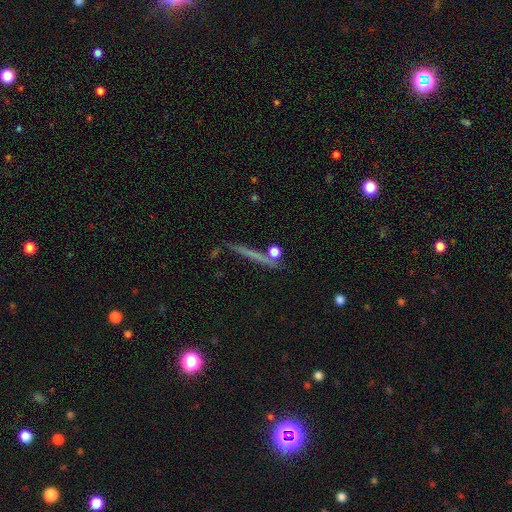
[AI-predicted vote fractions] Smooth or featured?
  - smooth: 46% *
  - featured or disk: 42%
  - star or artifact: 12%
Merging?
  - none: 81% *
  - minor disturbance: 11%
  - merger: 5%
  - major disturbance: 3%